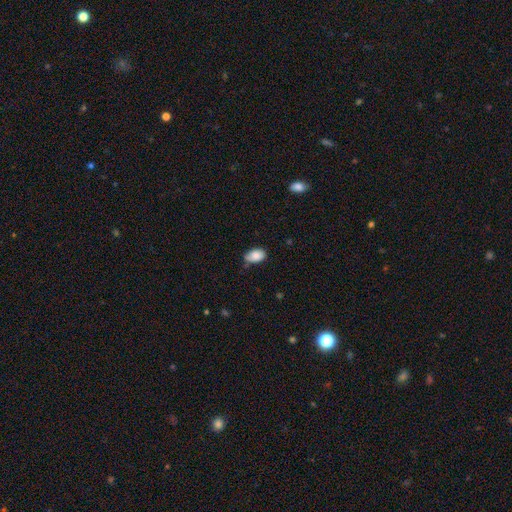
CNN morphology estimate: smooth 86%, star or artifact 7%, featured or disk 7%. Down the decision tree: how rounded — in between (91%); merging — none (61%).